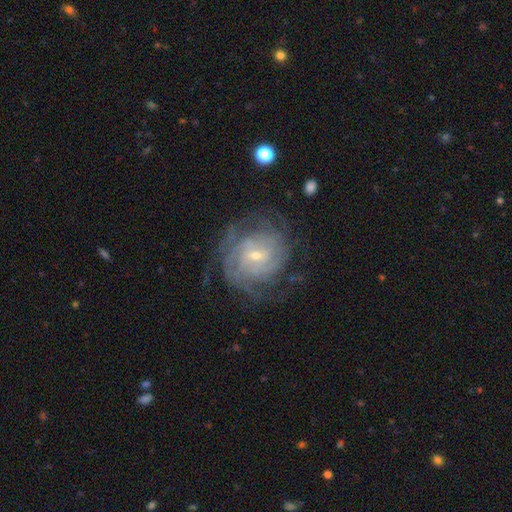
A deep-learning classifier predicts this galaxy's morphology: featured or disk 83%, smooth 10%, star or artifact 7%. Down the decision tree: edge-on disk — no (97%); bar — weak (50%); spiral arms — yes (94%); spiral arm count — can't tell (42%); spiral winding — tight (68%); bulge size — small (72%); merging — none (69%).